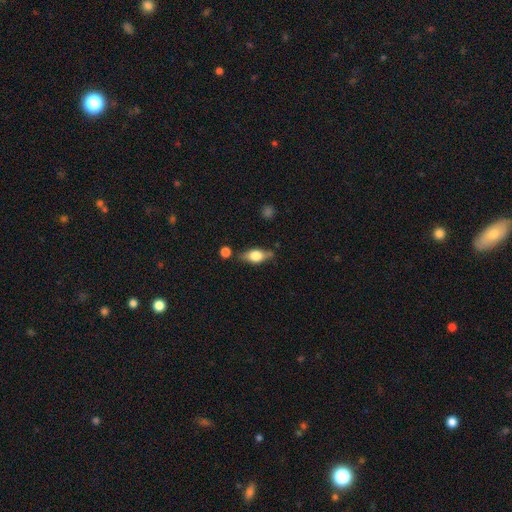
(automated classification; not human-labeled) Smooth or featured? Predicted: smooth (p=0.57). How rounded? Predicted: in between (p=0.76). Merging? Predicted: none (p=0.71).